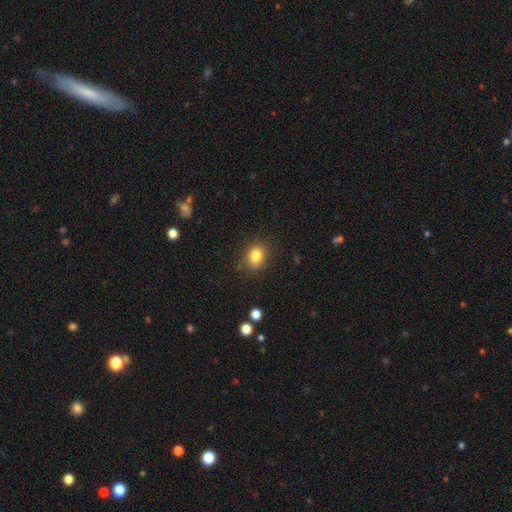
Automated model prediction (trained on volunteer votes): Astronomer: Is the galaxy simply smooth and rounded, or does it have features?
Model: smooth — 83%.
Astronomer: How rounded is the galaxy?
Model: in between — 56% (runner-up: round, 43%).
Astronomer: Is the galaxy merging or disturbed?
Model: none — 82%.